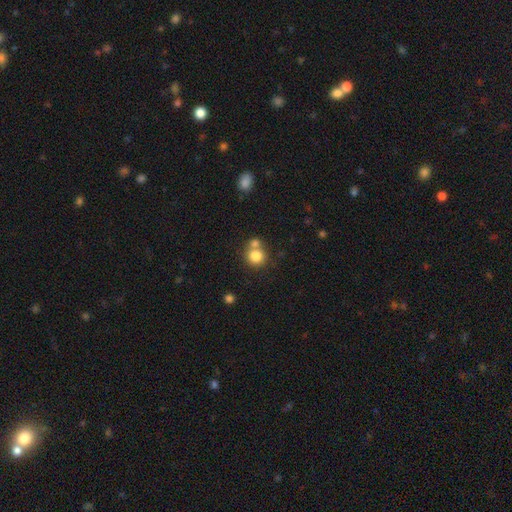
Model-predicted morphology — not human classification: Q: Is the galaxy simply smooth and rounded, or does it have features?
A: smooth — 81%.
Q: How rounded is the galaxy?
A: round — 90%.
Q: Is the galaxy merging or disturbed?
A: none — 55%.